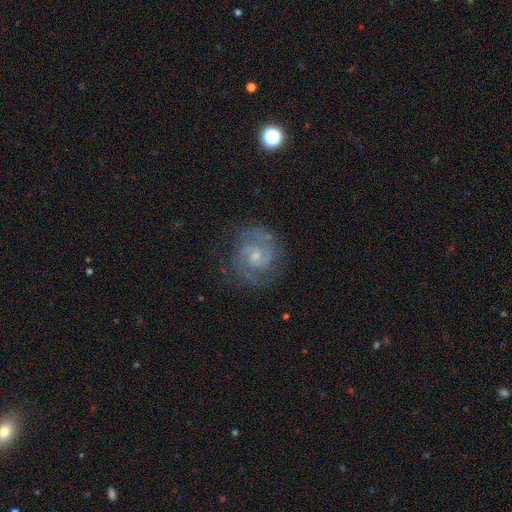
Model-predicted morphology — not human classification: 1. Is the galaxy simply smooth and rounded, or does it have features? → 88% featured or disk, 6% star or artifact, 6% smooth.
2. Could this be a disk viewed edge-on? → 98% no, 2% yes.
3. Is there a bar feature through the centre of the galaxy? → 49% no, 43% weak, 8% strong.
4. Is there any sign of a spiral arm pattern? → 98% yes, 2% no.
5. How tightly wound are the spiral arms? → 47% tight, 46% medium, 7% loose.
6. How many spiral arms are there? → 81% 2, 8% 3, 6% can't tell, 2% 1, 2% 4, 2% more than 4.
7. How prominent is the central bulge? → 64% small, 28% moderate, 6% none, 1% large, 1% dominant.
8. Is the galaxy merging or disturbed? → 78% none, 14% minor disturbance, 6% major disturbance, 1% merger.